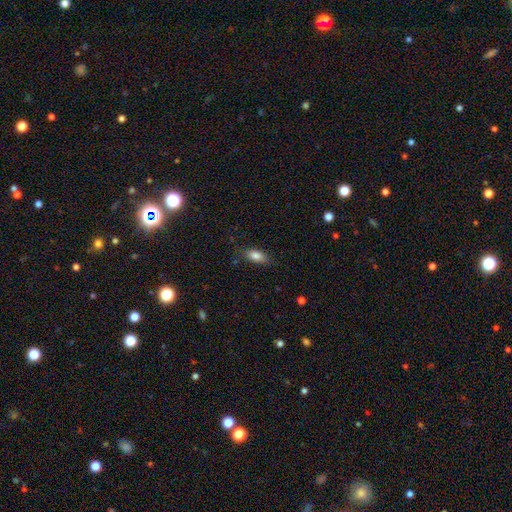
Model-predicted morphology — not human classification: smooth_or_featured: smooth (p=0.82) [alt: featured or disk p=0.10]
how_rounded: in between (p=0.84) [alt: cigar-shaped p=0.13]
merging: none (p=0.80) [alt: minor disturbance p=0.15]